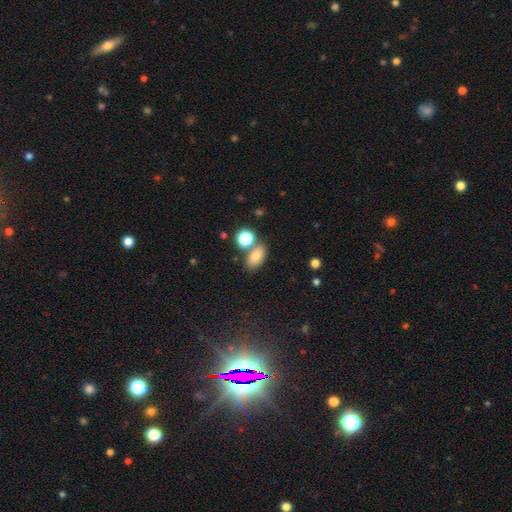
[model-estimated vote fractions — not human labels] smooth 78%, star or artifact 12%, featured or disk 10%. Down the decision tree: how rounded — in between (84%); merging — none (67%).